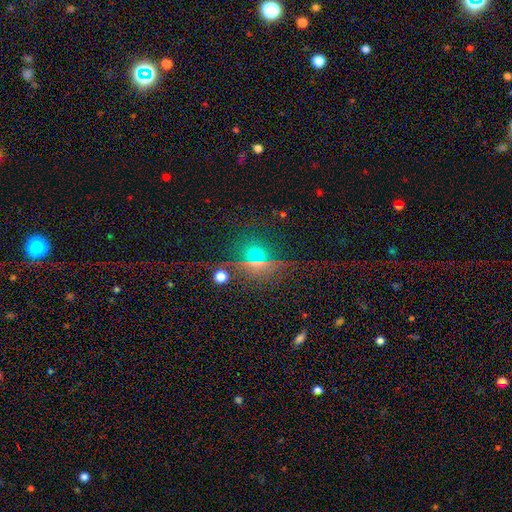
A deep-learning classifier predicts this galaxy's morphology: Smooth or featured? star or artifact (46%)